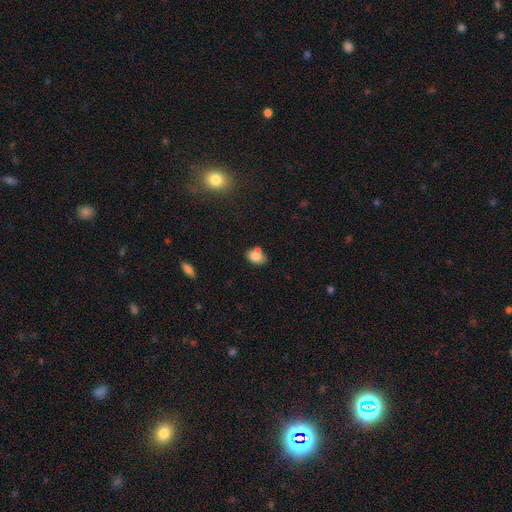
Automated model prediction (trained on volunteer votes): smooth 79%, featured or disk 11%, star or artifact 10%. Down the decision tree: how rounded — in between (64%); merging — none (46%).